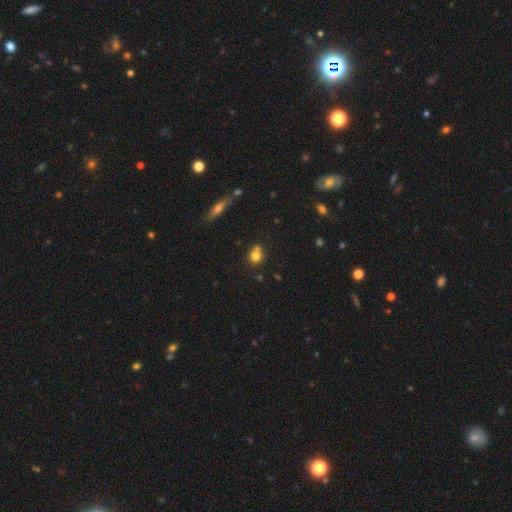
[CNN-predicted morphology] Smooth or featured? smooth (76%)
How rounded? round (83%)
Merging? none (55%)